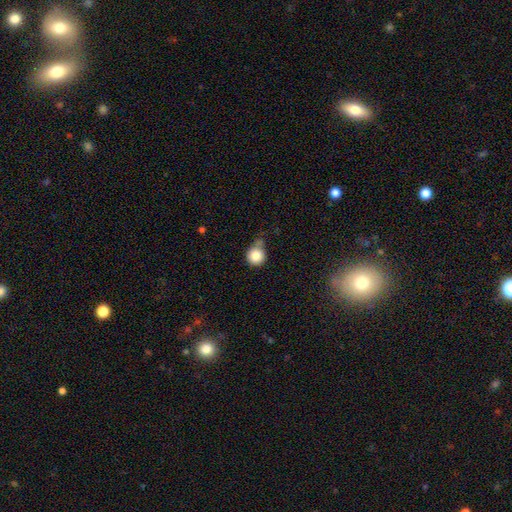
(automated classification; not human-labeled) The model was most divided on "merging": none: 46%, minor disturbance: 34%, major disturbance: 12%, merger: 9%. More confident: how rounded — round (90%); smooth or featured — smooth (84%).